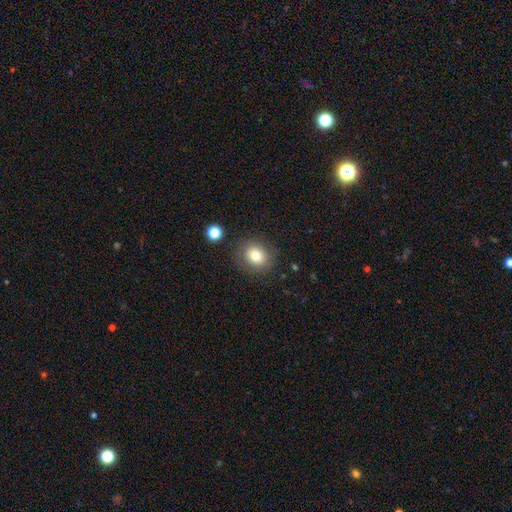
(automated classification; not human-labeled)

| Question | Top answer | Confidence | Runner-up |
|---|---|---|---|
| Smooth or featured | smooth | 77% | featured or disk (12%) |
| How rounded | round | 77% | in between (22%) |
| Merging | none | 83% | minor disturbance (10%) |